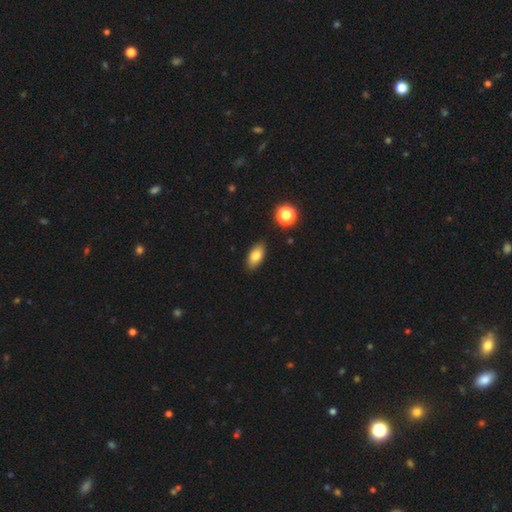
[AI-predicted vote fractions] Smooth or featured? Predicted: smooth (p=0.80). How rounded? Predicted: in between (p=0.89). Merging? Predicted: none (p=0.87).